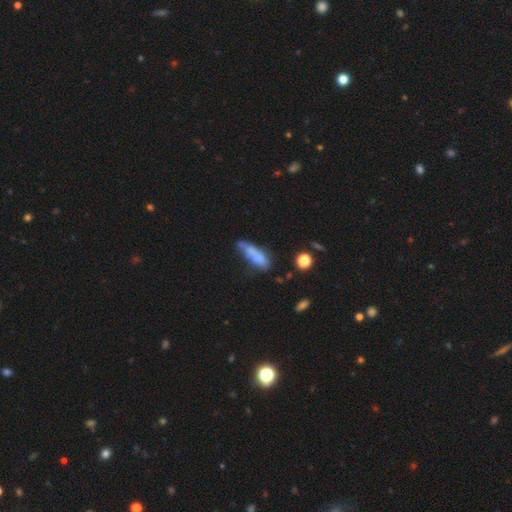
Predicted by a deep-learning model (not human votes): This appears to be a smooth galaxy with no disk features (59%) that is in between round and cigar-shaped (54%). Merging: none (36%).